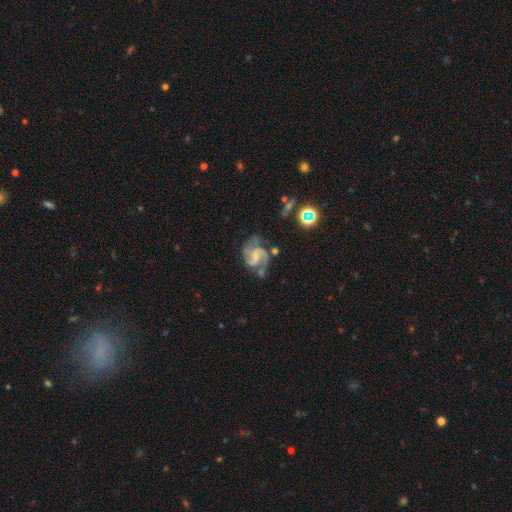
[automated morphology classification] A featured or disk galaxy (87%) with a weak bar (49%), 2 (78%) medium (58%) spiral arms (97%) and a small central bulge (59%). Merging: none (53%).